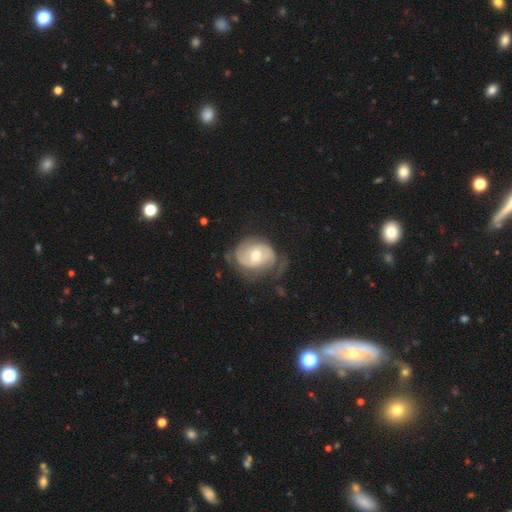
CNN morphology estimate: Smooth or featured: featured or disk — 73% (smooth — 22%)
Edge-on disk: no — 97% (yes — 3%)
Bar: no — 52% (weak — 36%)
Spiral arms: yes — 84% (no — 16%)
Spiral winding: tight — 47% (medium — 34%)
Spiral arm count: 2 — 58% (can't tell — 23%)
Bulge size: moderate — 64% (small — 30%)
Merging: none — 50% (minor disturbance — 28%)